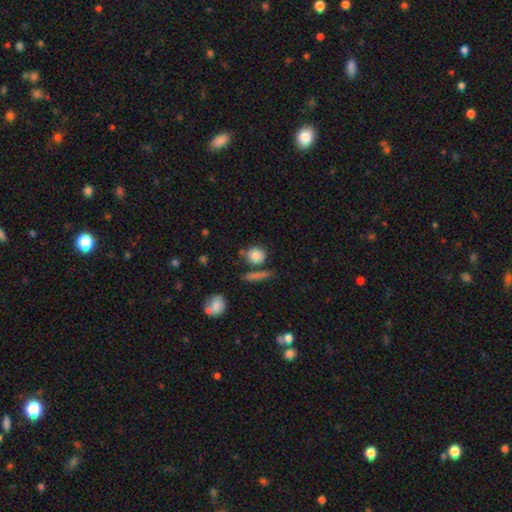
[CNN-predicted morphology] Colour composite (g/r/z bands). It shows a smooth galaxy with no disk features (81%) that is round (77%). Merging: none (67%).